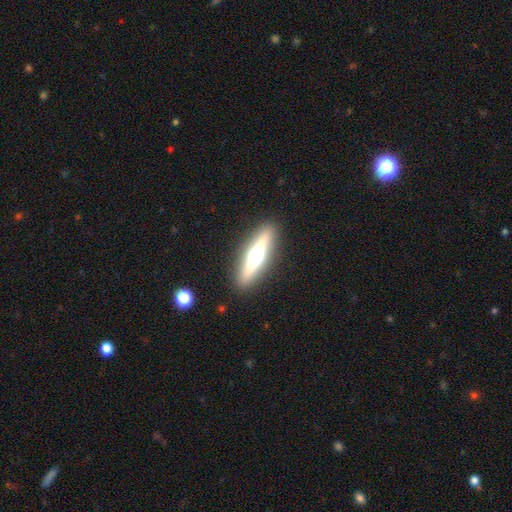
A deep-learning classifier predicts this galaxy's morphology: The model was most divided on "smooth or featured": featured or disk: 64%, smooth: 28%, star or artifact: 8%. More confident: edge-on disk — yes (94%); edge-on bulge — rounded (93%); merging — none (89%).